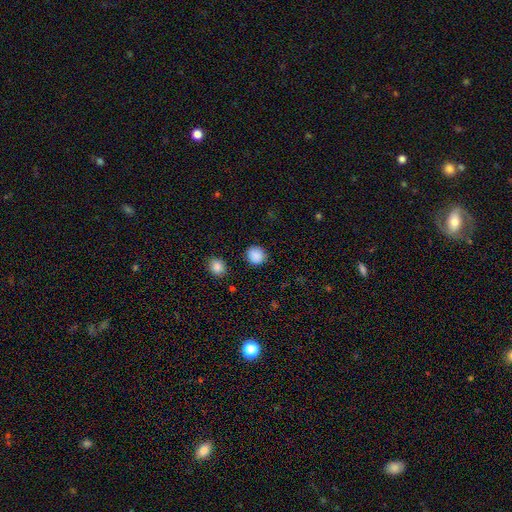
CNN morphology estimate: This appears to be a smooth galaxy with no disk features (88%) that is round (89%). Merging: none (87%).